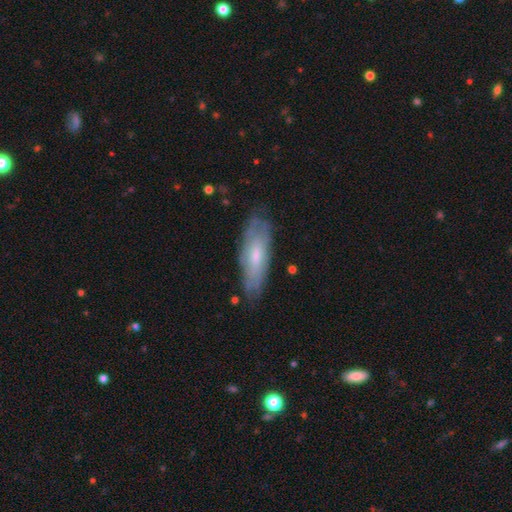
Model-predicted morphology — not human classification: Smooth or featured? Predicted: featured or disk (p=0.50). Merging? Predicted: none (p=0.74).